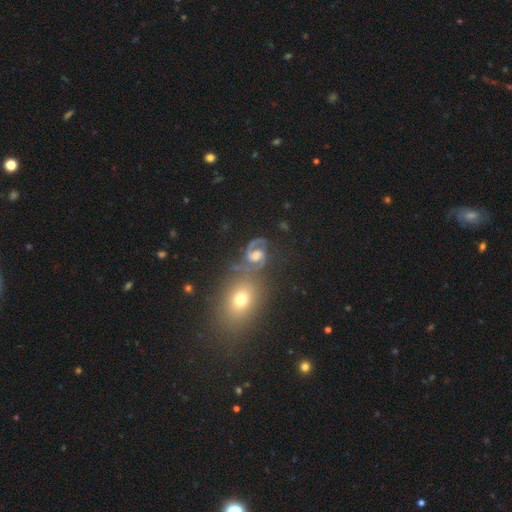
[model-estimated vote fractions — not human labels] This is likely a featured or disk galaxy (75%). It is clearly not viewed edge-on (97%). Bar: possibly no (50%). Spiral arm pattern: clearly yes (90%). Spiral arm count: clearly 2 (86%). Spiral winding: possibly medium (54%). Central bulge: possibly moderate (54%). Merging: possibly none (50%).